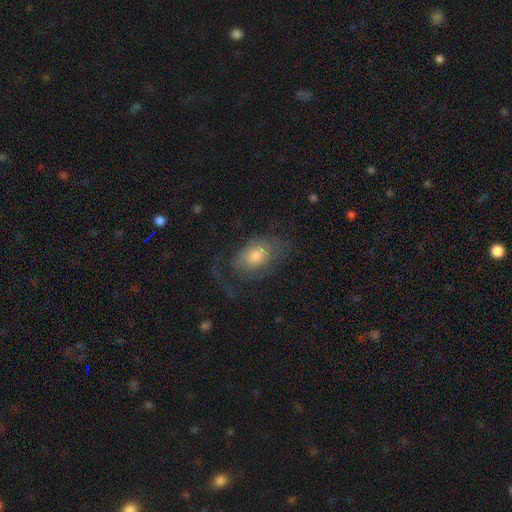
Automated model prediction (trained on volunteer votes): Smooth or featured: featured or disk — 55% (smooth — 36%)
Edge-on disk: no — 94% (yes — 6%)
Bar: no — 80% (weak — 17%)
Spiral arms: yes — 72% (no — 28%)
Bulge size: moderate — 56% (small — 24%)
Merging: none — 50% (major disturbance — 30%)